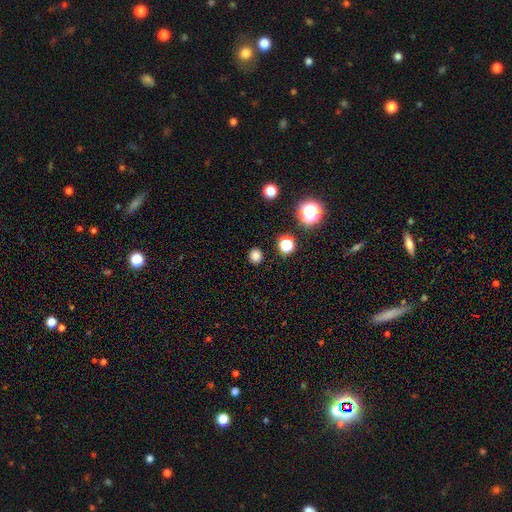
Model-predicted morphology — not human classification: Smooth or featured? smooth (79%)
How rounded? round (80%)
Merging? none (90%)